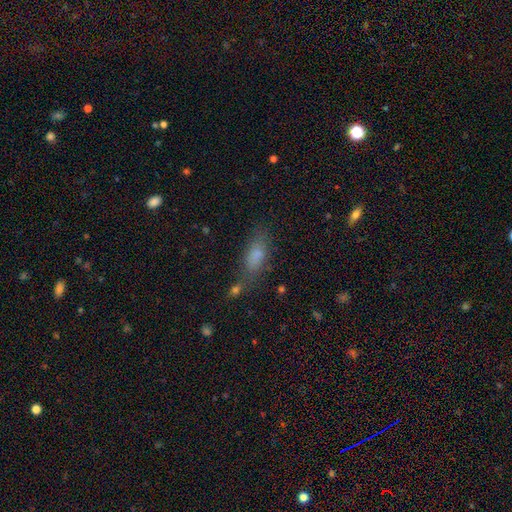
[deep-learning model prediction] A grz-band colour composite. It shows a smooth galaxy with no disk features (74%) that is in between round and cigar-shaped (68%). Merging: none (63%).